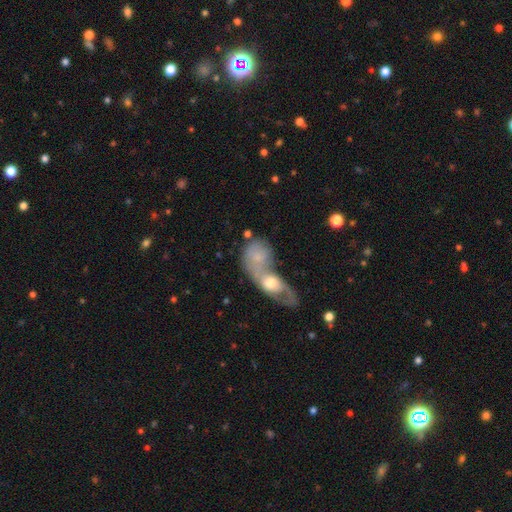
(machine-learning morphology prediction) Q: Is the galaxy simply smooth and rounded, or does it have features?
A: smooth — 53%.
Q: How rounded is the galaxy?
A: in between — 58%.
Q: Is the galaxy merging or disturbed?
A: merger — 68%.